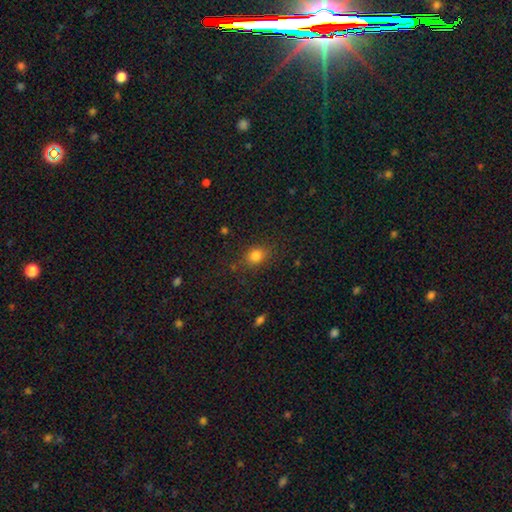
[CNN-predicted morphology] Smooth or featured: smooth — 81% (star or artifact — 13%)
How rounded: round — 57% (in between — 42%)
Merging: none — 79% (minor disturbance — 14%)